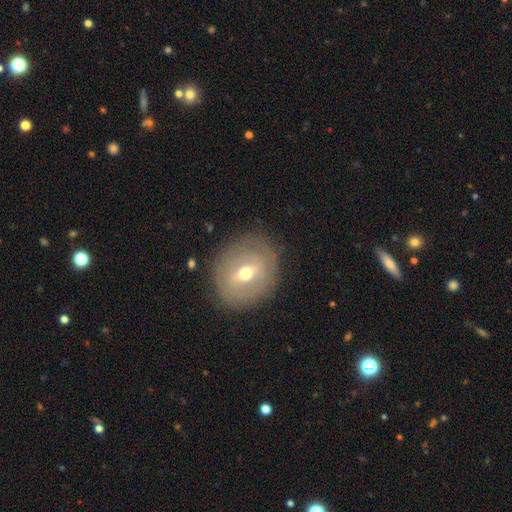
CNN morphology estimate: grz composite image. It shows a featured or disk galaxy (50%). Merging: none (84%).